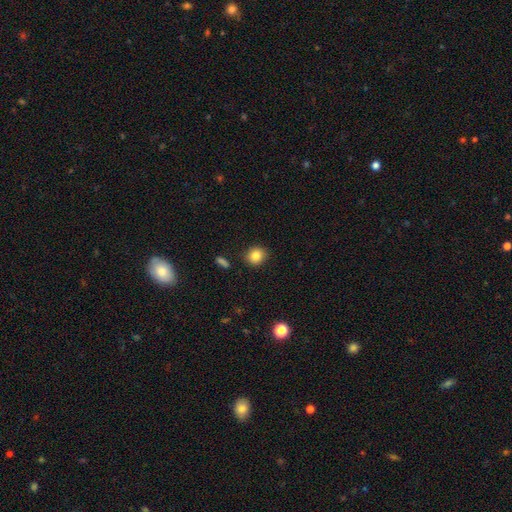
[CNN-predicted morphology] This appears to be a smooth galaxy with no disk features (84%) that is round (80%). Merging: none (88%).